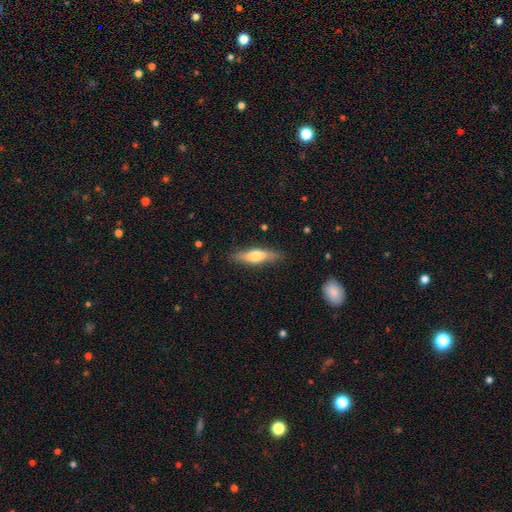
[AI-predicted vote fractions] Smooth or featured? Predicted: smooth (p=0.56). How rounded? Predicted: cigar-shaped (p=0.70). Merging? Predicted: none (p=0.85).